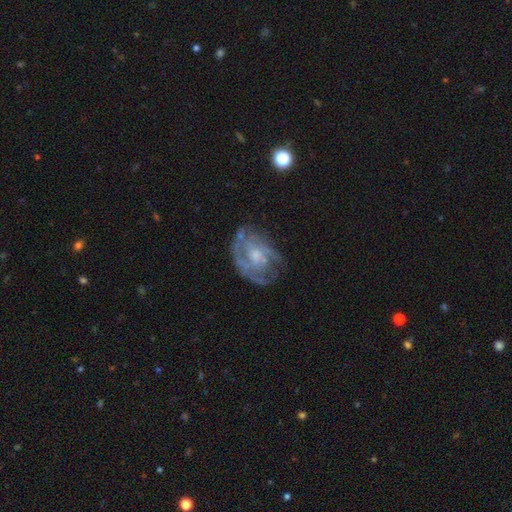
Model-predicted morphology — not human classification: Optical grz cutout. It shows a featured or disk galaxy (76%) with no bar (72%), tight (49%) spiral arms (72%) and a moderate central bulge (45%). Merging: none (57%).